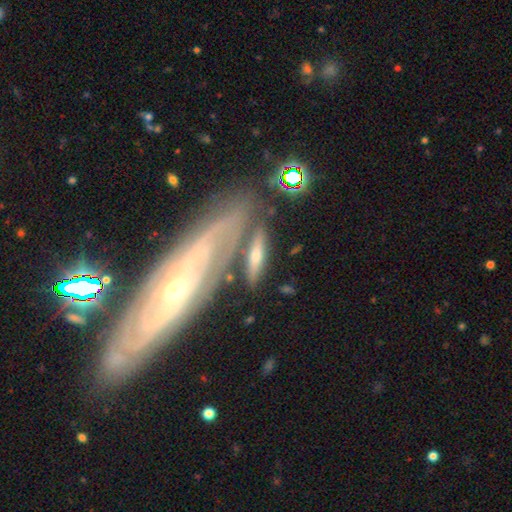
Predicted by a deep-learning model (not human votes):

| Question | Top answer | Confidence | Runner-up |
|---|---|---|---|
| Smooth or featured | featured or disk | 49% | smooth (42%) |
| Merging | none | 64% | minor disturbance (17%) |